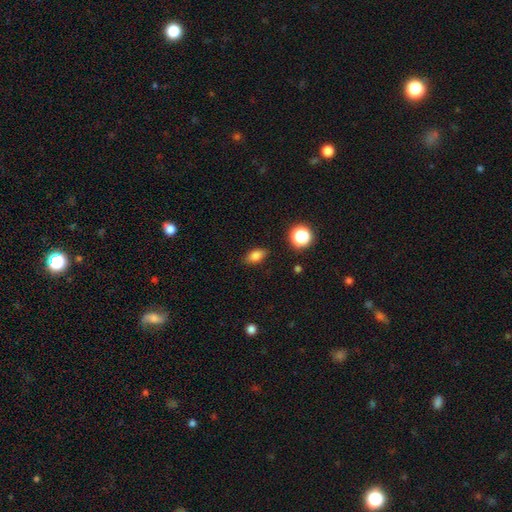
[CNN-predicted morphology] The model was most divided on "how rounded": in between: 83%, round: 14%, cigar-shaped: 4%. More confident: merging — none (85%); smooth or featured — smooth (83%).